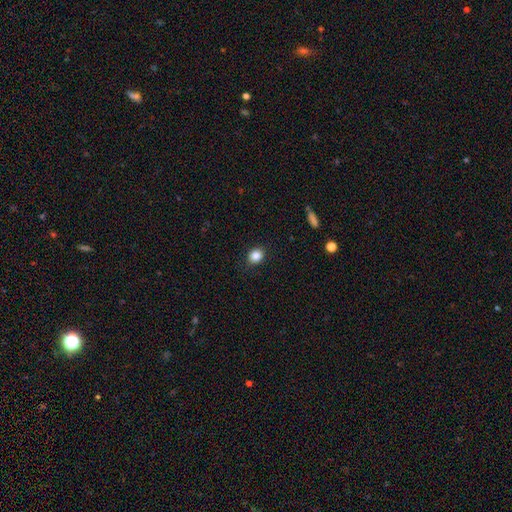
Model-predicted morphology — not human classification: type=smooth (85%); roundness=round (61%); merging=none (87%).